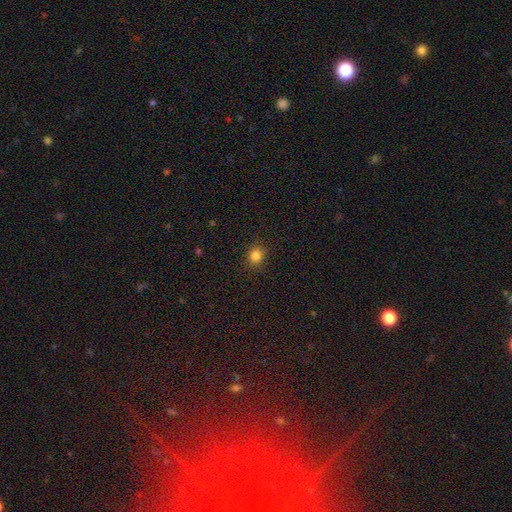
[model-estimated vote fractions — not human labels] smooth 83%, star or artifact 12%, featured or disk 4%. Down the decision tree: how rounded — round (74%); merging — none (89%).